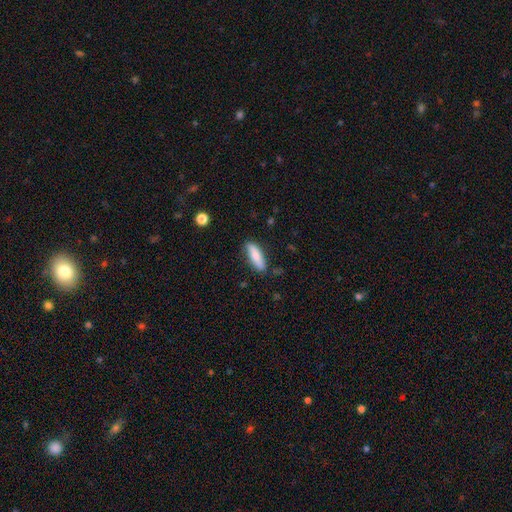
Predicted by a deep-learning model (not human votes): Overall: smooth (79%). How rounded: cigar-shaped (53%; in between 45%). Merging: none (80%).